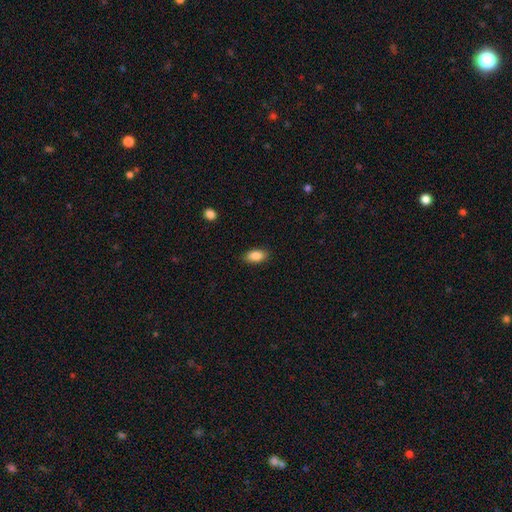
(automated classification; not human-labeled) Morphology: type=smooth (87%); roundness=in between (91%); merging=none (86%).